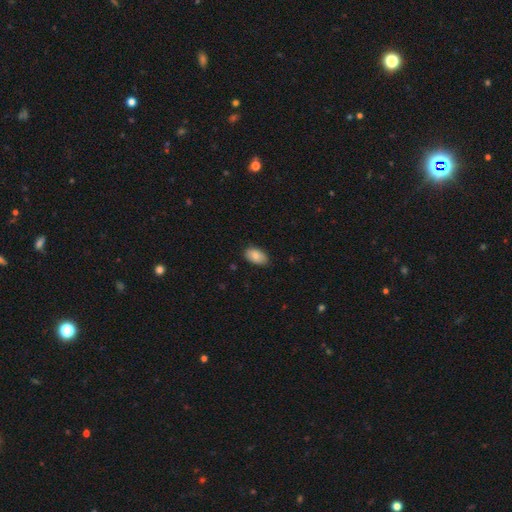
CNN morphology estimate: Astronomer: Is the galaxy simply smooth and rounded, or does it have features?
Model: smooth — 82%.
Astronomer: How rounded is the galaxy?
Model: in between — 93%.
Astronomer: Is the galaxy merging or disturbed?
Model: none — 82%.